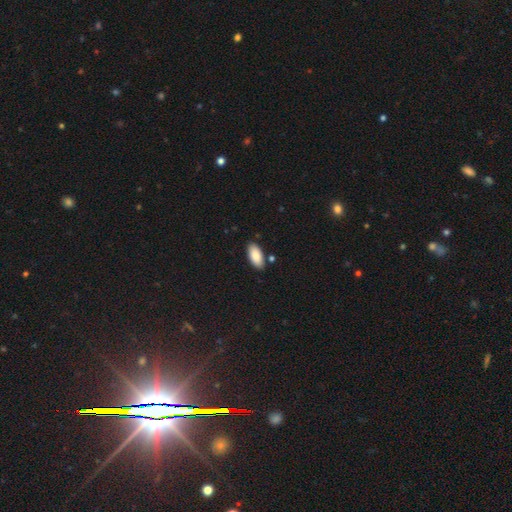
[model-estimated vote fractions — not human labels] A smooth galaxy with no disk features (88%) that is in between round and cigar-shaped (92%).

Vote fractions:
- Smooth or featured? smooth: 88% / star or artifact: 6% / featured or disk: 6%
- How rounded? in between: 92% / cigar-shaped: 7% / round: 2%
- Merging? none: 84% / minor disturbance: 10% / merger: 3% / major disturbance: 2%